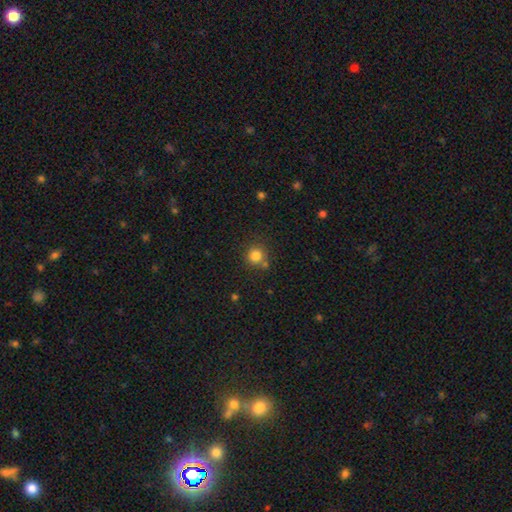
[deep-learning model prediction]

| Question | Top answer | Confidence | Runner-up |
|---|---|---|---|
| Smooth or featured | smooth | 82% | star or artifact (13%) |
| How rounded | round | 93% | in between (6%) |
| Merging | none | 76% | merger (11%) |